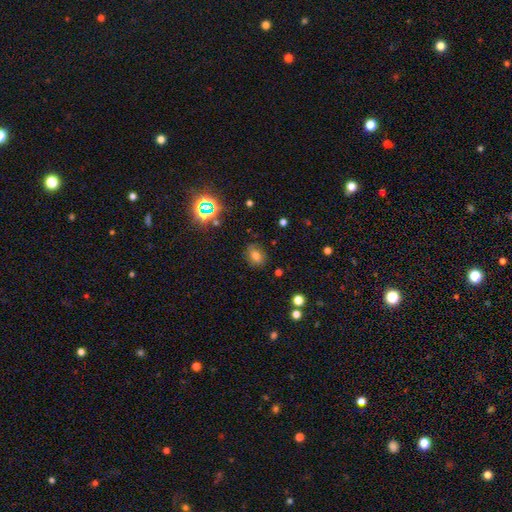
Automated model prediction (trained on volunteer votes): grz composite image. It shows a smooth galaxy with no disk features (62%) that is in between round and cigar-shaped (54%). Merging: none (79%).